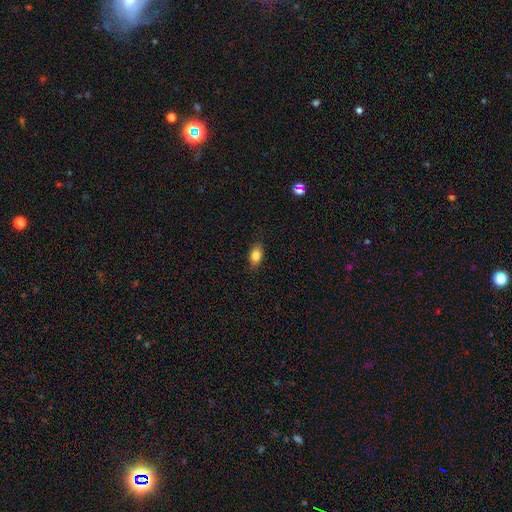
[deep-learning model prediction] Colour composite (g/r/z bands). It shows a smooth galaxy with no disk features (82%) that is in between round and cigar-shaped (84%). Merging: none (86%).